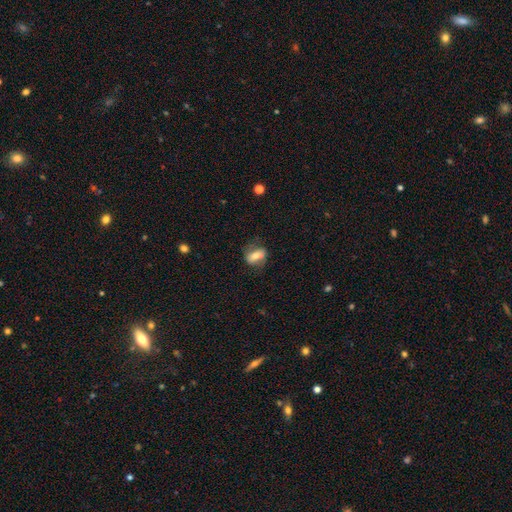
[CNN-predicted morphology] smooth-or-featured: smooth: 61% | featured or disk: 31% | star or artifact: 8%
  how-rounded: in between: 77% | round: 13% | cigar-shaped: 11%
  merging: none: 68% | minor disturbance: 20% | major disturbance: 9% | merger: 2%